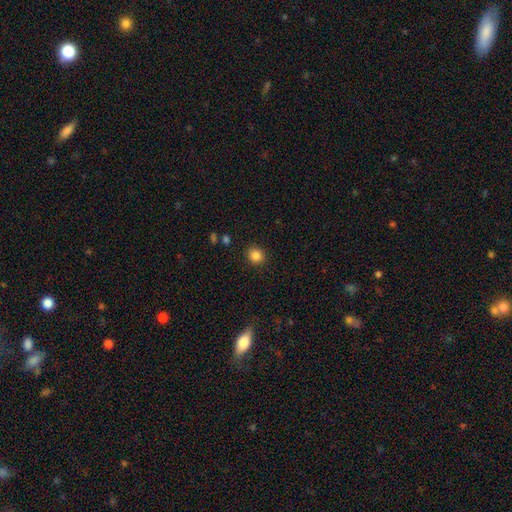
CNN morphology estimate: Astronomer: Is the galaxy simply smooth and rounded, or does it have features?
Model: smooth — 85%.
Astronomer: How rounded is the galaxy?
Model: round — 79%.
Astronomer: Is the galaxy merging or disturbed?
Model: none — 90%.